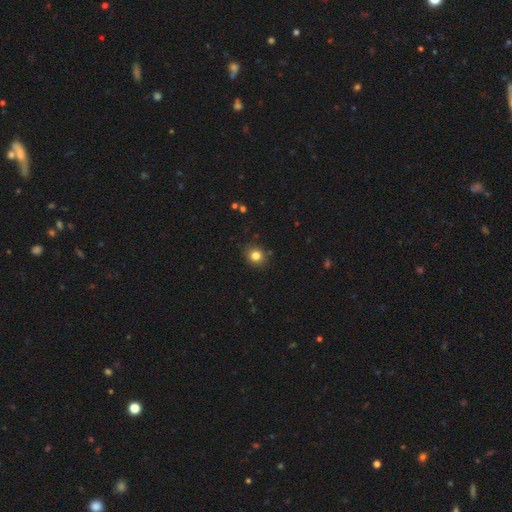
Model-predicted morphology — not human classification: The model was most divided on "how rounded": round: 75%, in between: 24%, cigar-shaped: 1%. More confident: merging — none (87%); smooth or featured — smooth (82%).